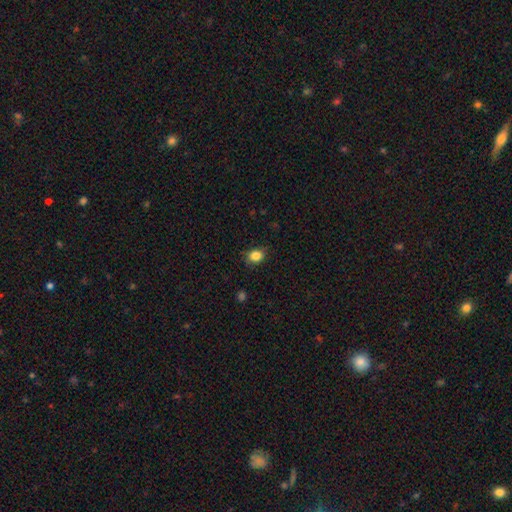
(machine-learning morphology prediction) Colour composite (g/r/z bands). It shows a smooth galaxy with no disk features (85%) that is round (52%). Merging: none (82%).